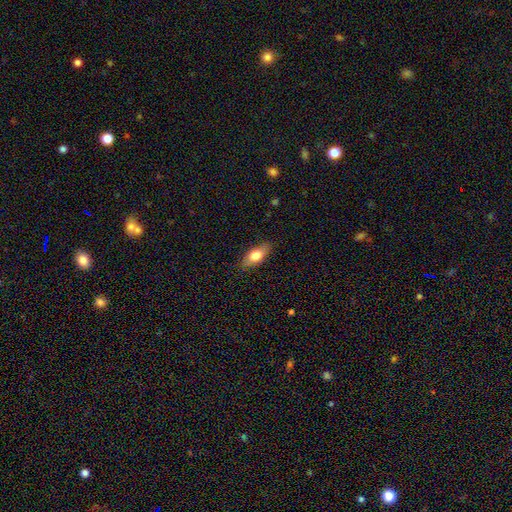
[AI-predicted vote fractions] Smooth or featured? Predicted: smooth (p=0.70). How rounded? Predicted: in between (p=0.76). Merging? Predicted: none (p=0.83).